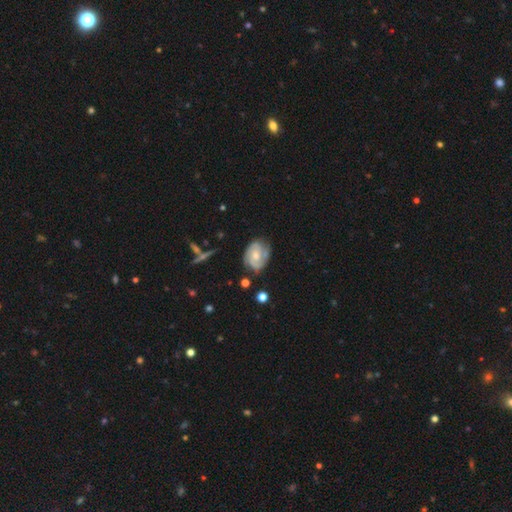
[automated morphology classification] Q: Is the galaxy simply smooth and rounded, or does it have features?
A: featured or disk — 71%.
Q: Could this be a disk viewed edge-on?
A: no — 96%.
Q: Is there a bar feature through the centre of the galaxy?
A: no — 66%.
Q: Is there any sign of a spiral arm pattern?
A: yes — 89%.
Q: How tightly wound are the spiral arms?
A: tight — 51%.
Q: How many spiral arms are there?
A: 2 — 43%.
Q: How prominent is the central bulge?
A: moderate — 48%.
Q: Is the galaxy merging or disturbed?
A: none — 63%.